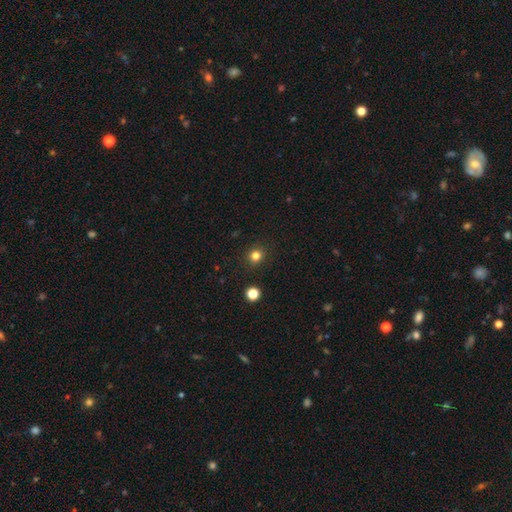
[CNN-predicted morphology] smooth-or-featured: smooth: 81% | star or artifact: 14% | featured or disk: 5%
  how-rounded: round: 88% | in between: 11% | cigar-shaped: 1%
  merging: none: 91% | minor disturbance: 6% | major disturbance: 2% | merger: 1%